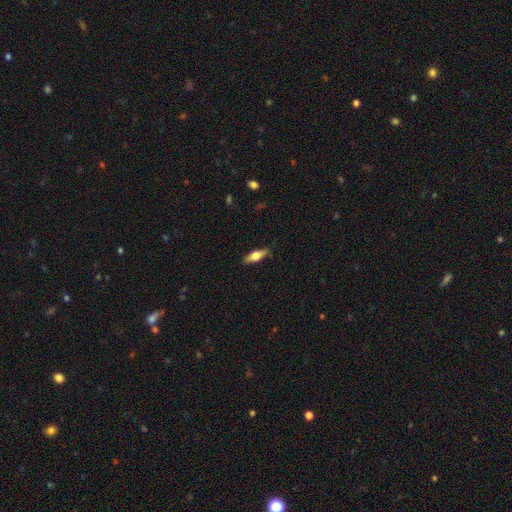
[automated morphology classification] This is possibly a smooth galaxy (54%). How rounded: possibly in between (57%). Merging: clearly none (85%).